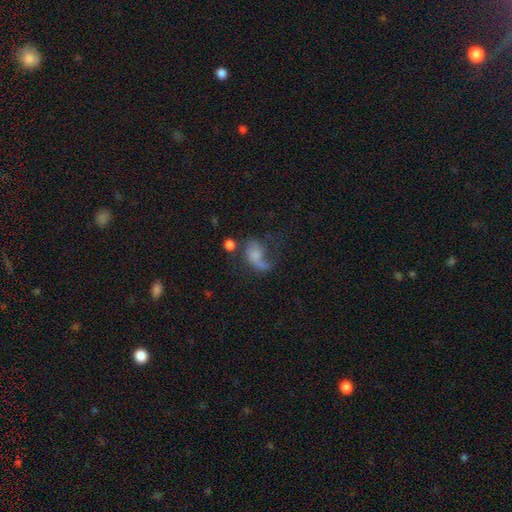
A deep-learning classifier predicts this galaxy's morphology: Overall: featured or disk (47%; smooth 41%). Merging: major disturbance (45%; none 26%).